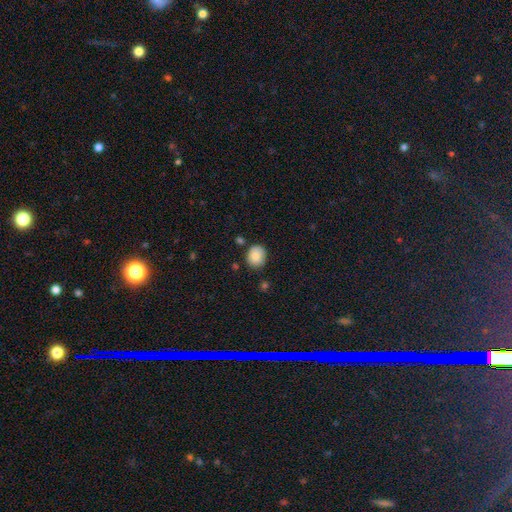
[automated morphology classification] smooth-or-featured: smooth: 83% | featured or disk: 9% | star or artifact: 9%
  how-rounded: round: 71% | in between: 28% | cigar-shaped: 1%
  merging: none: 77% | minor disturbance: 17% | merger: 4% | major disturbance: 3%